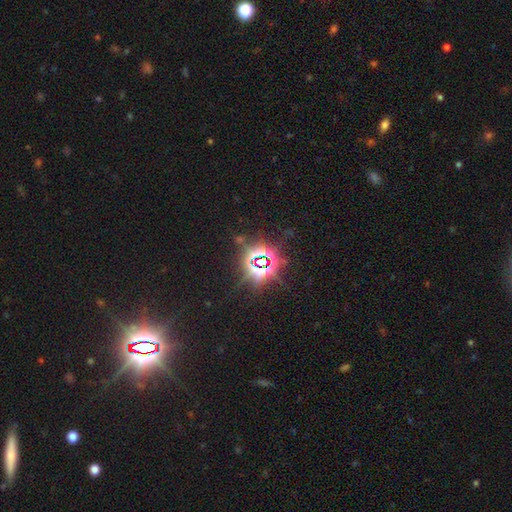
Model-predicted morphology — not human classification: Q: Smooth or featured?
A: star or artifact (85%); runner-up: smooth (8%)